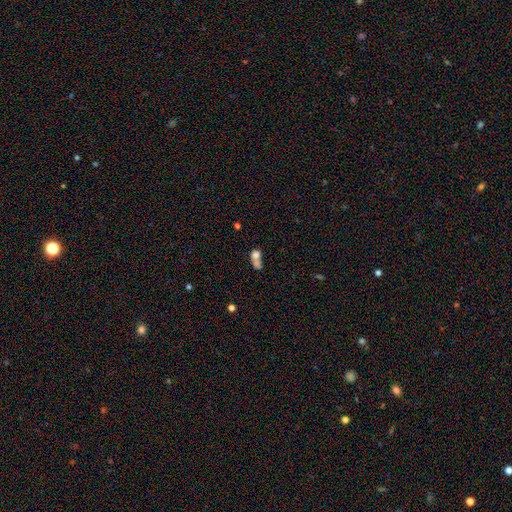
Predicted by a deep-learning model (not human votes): smooth_or_featured: smooth (p=0.70) [alt: featured or disk p=0.17]
how_rounded: in between (p=0.51) [alt: round p=0.46]
merging: merger (p=0.62) [alt: none p=0.20]